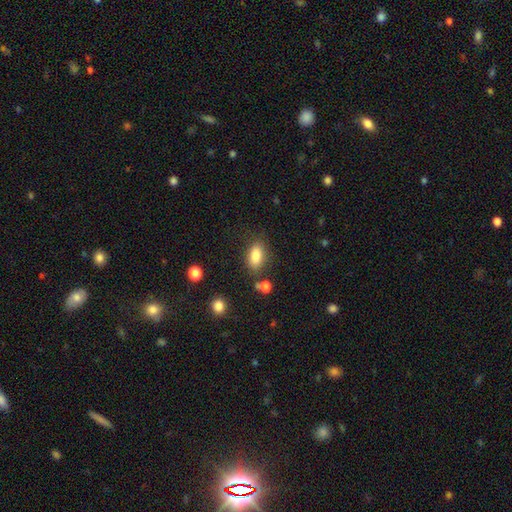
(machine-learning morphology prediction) This appears to be a smooth galaxy with no disk features (84%) that is in between round and cigar-shaped (87%). Merging: none (77%).